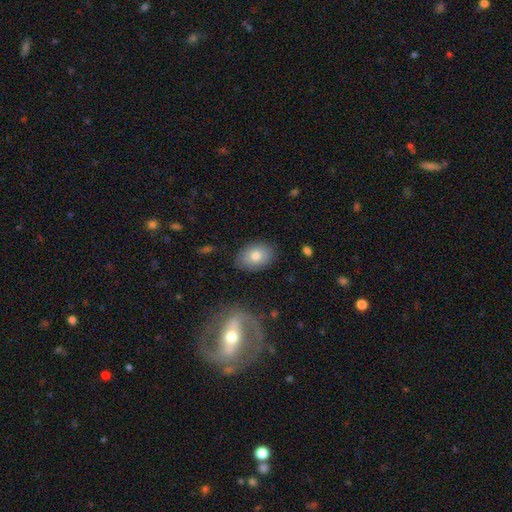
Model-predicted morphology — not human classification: Smooth or featured?
  - smooth: 76% *
  - featured or disk: 16%
  - star or artifact: 8%
How rounded?
  - in between: 82% *
  - round: 17%
  - cigar-shaped: 1%
Merging?
  - none: 85% *
  - minor disturbance: 10%
  - major disturbance: 3%
  - merger: 2%